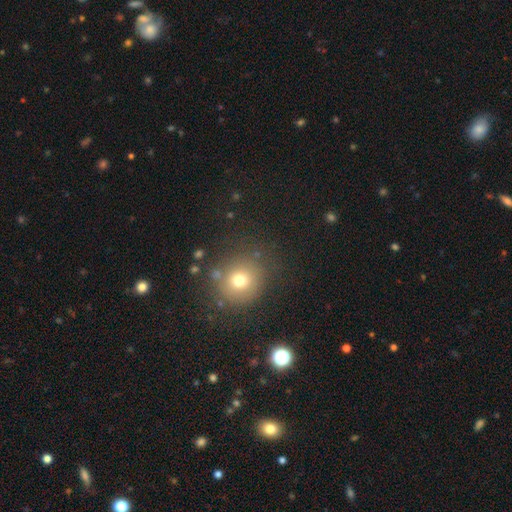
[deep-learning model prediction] smooth 63%, star or artifact 27%, featured or disk 11%. Down the decision tree: how rounded — round (86%); merging — none (83%).